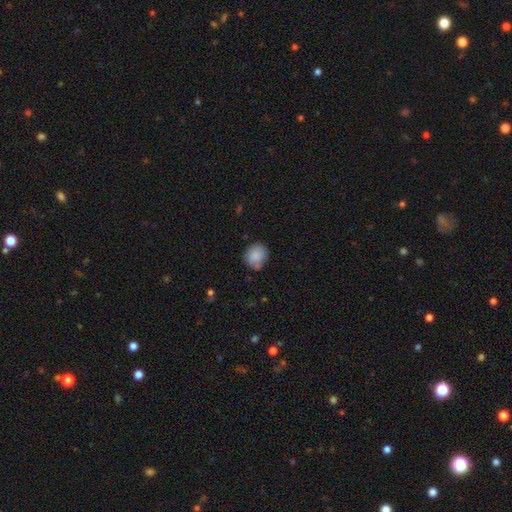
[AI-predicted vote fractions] Smooth or featured? Predicted: smooth (p=0.86). How rounded? Predicted: round (p=0.79). Merging? Predicted: none (p=0.71).